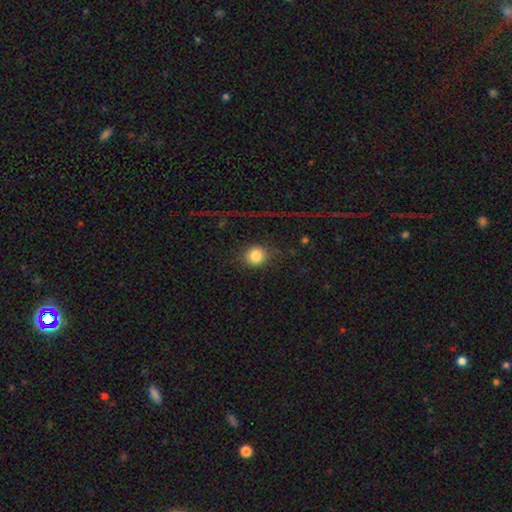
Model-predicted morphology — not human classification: This appears to be a smooth galaxy with no disk features (79%) that is round (87%). Merging: none (70%).